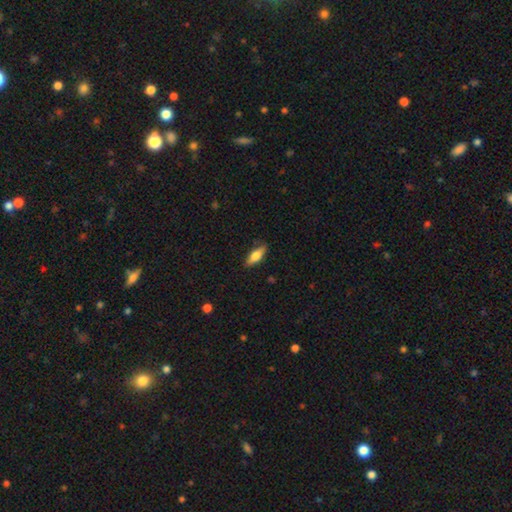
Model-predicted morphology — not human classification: Smooth or featured: smooth — 66% (featured or disk — 28%)
How rounded: in between — 63% (cigar-shaped — 34%)
Merging: none — 84% (minor disturbance — 13%)